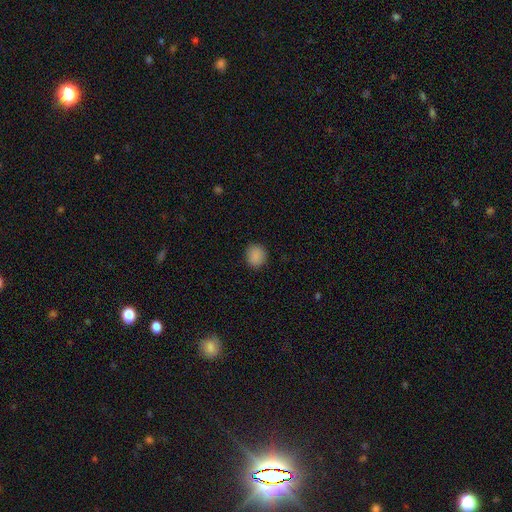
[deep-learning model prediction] A smooth galaxy with no disk features (87%) that is round (79%). Merging: none (90%).